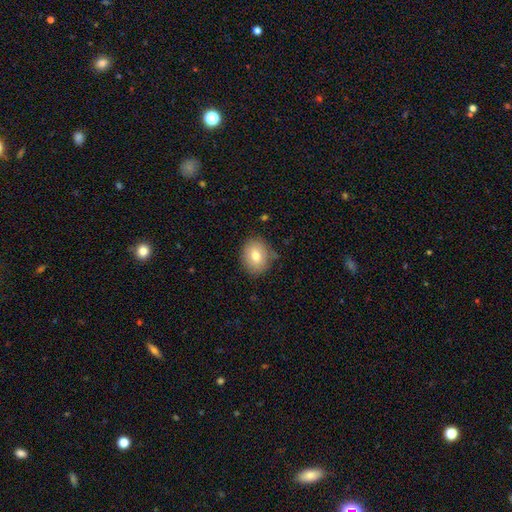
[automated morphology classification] Smooth or featured: smooth — 77% (featured or disk — 15%)
How rounded: round — 56% (in between — 43%)
Merging: none — 78% (minor disturbance — 16%)